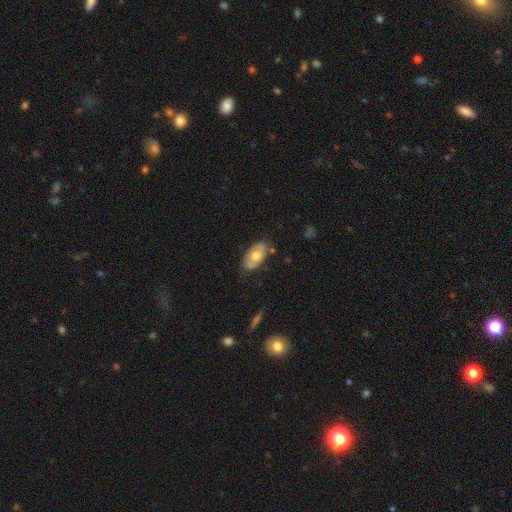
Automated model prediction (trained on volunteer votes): smooth_or_featured: smooth (p=0.53) [alt: featured or disk p=0.41]
how_rounded: in between (p=0.92) [alt: round p=0.06]
merging: none (p=0.78) [alt: minor disturbance p=0.17]